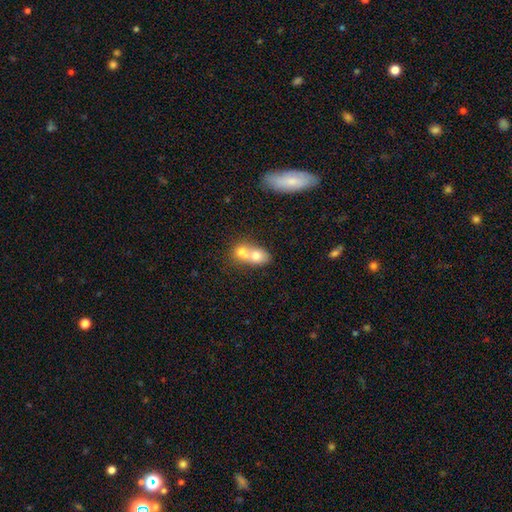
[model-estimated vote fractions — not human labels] smooth_or_featured: smooth (p=0.67) [alt: featured or disk p=0.24]
how_rounded: in between (p=0.56) [alt: round p=0.41]
merging: merger (p=0.75) [alt: none p=0.16]